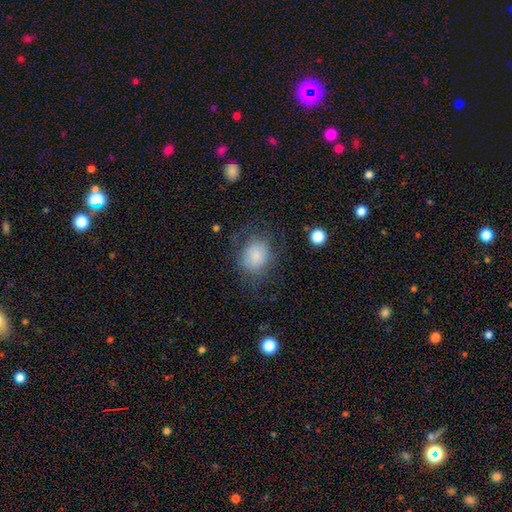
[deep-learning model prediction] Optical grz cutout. It shows a smooth galaxy with no disk features (77%) that is round (59%). Merging: none (57%).